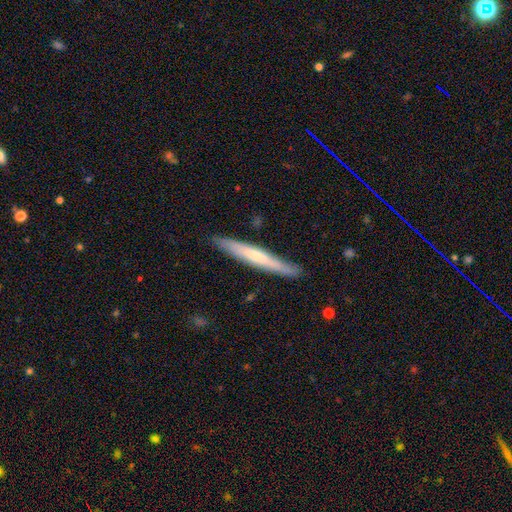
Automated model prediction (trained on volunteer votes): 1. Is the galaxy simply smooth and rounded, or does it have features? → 51% smooth, 44% featured or disk, 5% star or artifact.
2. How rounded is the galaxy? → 96% cigar-shaped, 3% in between, 1% round.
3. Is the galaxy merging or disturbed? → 87% none, 10% minor disturbance, 2% major disturbance, 1% merger.